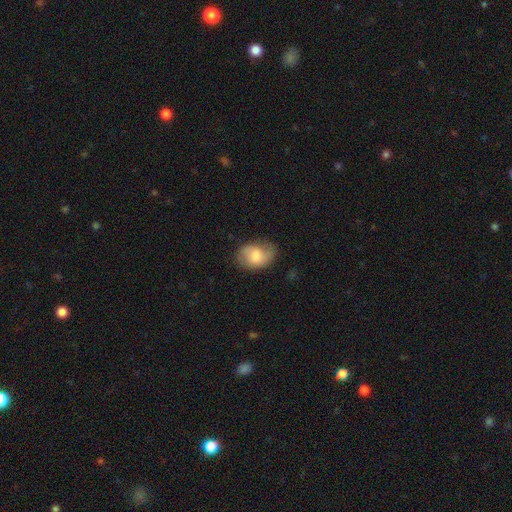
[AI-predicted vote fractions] The model was most divided on "smooth or featured": smooth: 63%, featured or disk: 29%, star or artifact: 7%. More confident: how rounded — in between (74%); merging — none (64%).